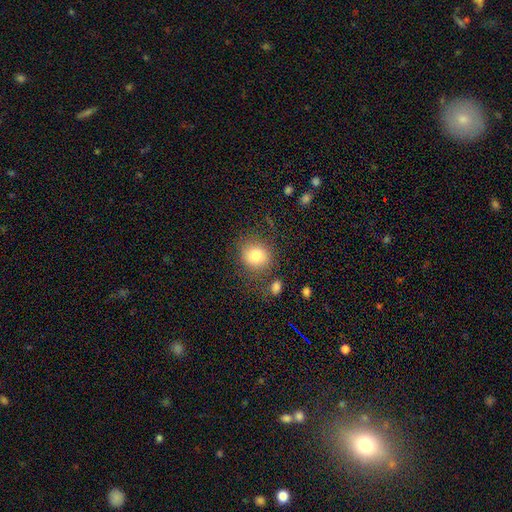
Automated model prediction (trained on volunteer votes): A smooth galaxy with no disk features (82%) that is round (79%). Merging: none (74%).